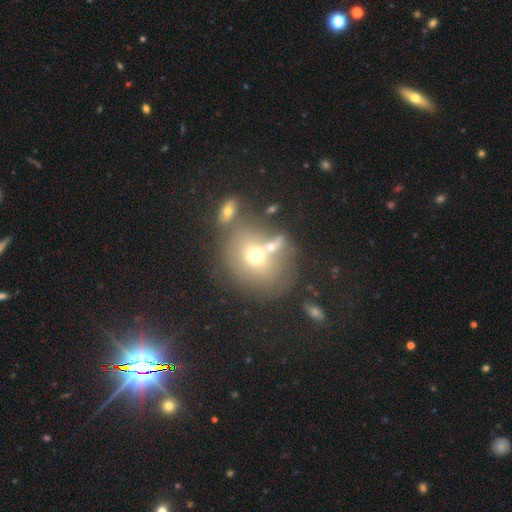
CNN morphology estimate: Smooth or featured? smooth (60%)
How rounded? round (66%)
Merging? none (47%)